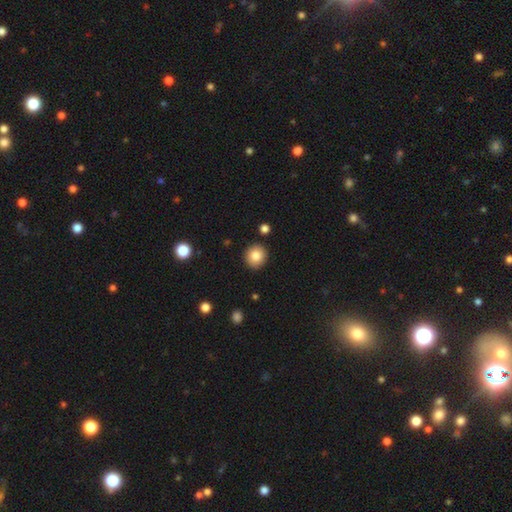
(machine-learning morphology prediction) Smooth or featured: smooth — 83% (star or artifact — 9%)
How rounded: round — 90% (in between — 9%)
Merging: none — 90% (minor disturbance — 6%)